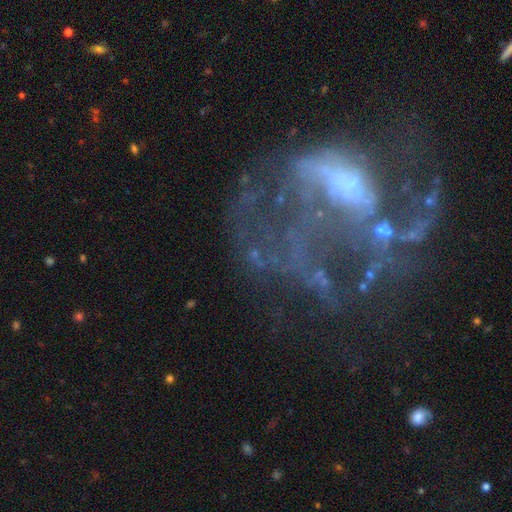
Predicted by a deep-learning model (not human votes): Q: Smooth or featured?
A: featured or disk (66%); runner-up: star or artifact (20%)
Q: Edge-on disk?
A: no (96%); runner-up: yes (4%)
Q: Bar?
A: no (68%); runner-up: weak (21%)
Q: Spiral arms?
A: no (55%); runner-up: yes (45%)
Q: Bulge size?
A: none (42%); runner-up: small (34%)
Q: Merging?
A: major disturbance (46%); runner-up: none (29%)